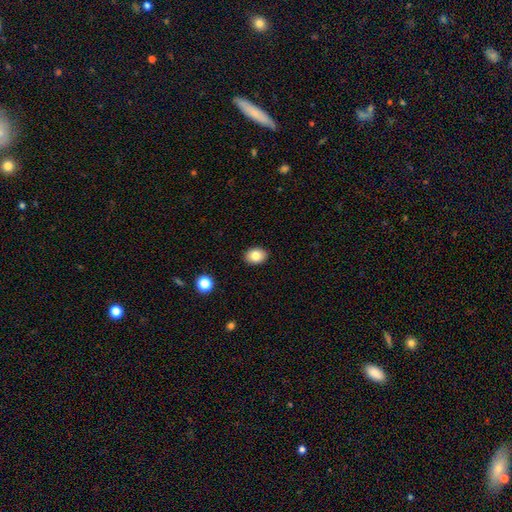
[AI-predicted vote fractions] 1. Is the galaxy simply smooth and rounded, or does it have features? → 82% smooth, 9% star or artifact, 9% featured or disk.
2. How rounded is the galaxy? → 67% in between, 32% round, 1% cigar-shaped.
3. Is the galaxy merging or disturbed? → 90% none, 7% minor disturbance, 2% major disturbance, 1% merger.